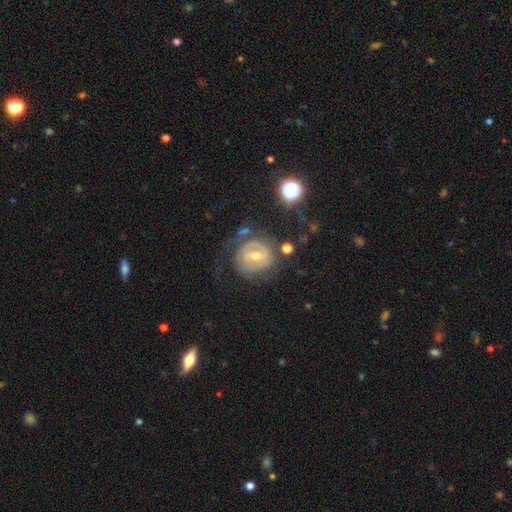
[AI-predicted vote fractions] Q: Smooth or featured?
A: featured or disk (64%); runner-up: smooth (27%)
Q: Edge-on disk?
A: no (96%); runner-up: yes (4%)
Q: Bar?
A: weak (45%); runner-up: strong (30%)
Q: Spiral arms?
A: yes (50%); tied with: no (50%)
Q: Bulge size?
A: moderate (61%); runner-up: small (35%)
Q: Merging?
A: none (55%); runner-up: minor disturbance (22%)